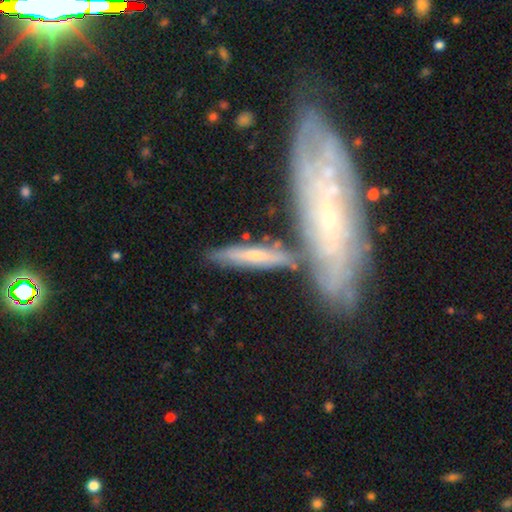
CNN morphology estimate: A featured or disk galaxy (54%) viewed edge-on (73%).

Vote fractions:
- Smooth or featured? featured or disk: 54% / smooth: 39% / star or artifact: 7%
- Edge-on disk? yes: 73% / no: 27%
- Merging? none: 58% / merger: 23% / minor disturbance: 14% / major disturbance: 4%